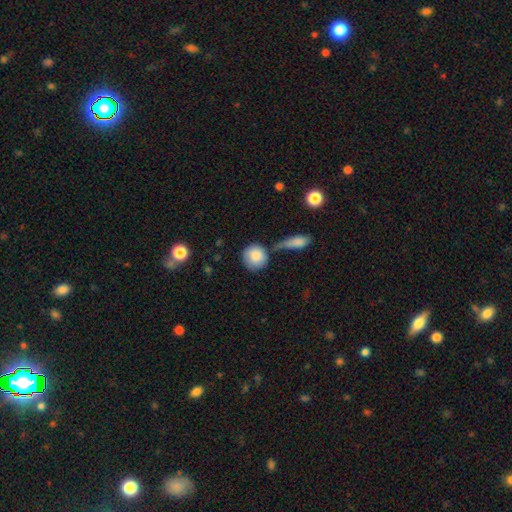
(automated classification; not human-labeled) Morphology: type=smooth (84%); roundness=round (89%); merging=none (62%).